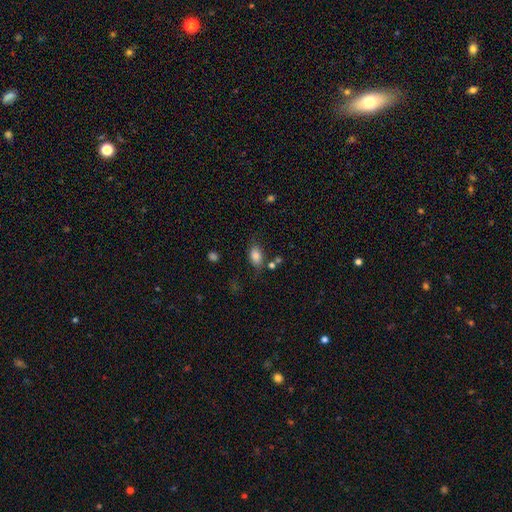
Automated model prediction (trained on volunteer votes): smooth 83%, star or artifact 9%, featured or disk 8%. Down the decision tree: how rounded — in between (87%); merging — none (70%).